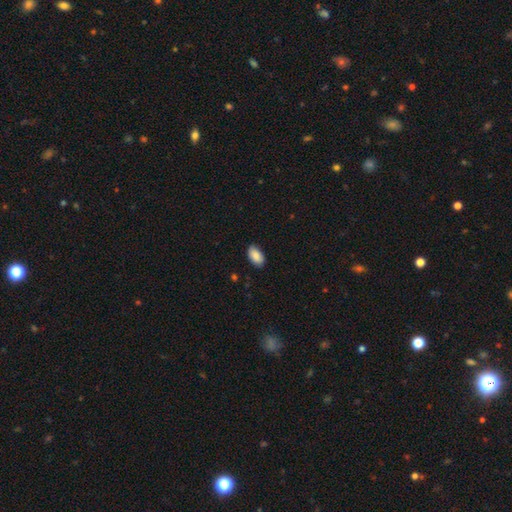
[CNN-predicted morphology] A smooth galaxy with no disk features (88%) that is in between round and cigar-shaped (95%). Merging: none (87%).